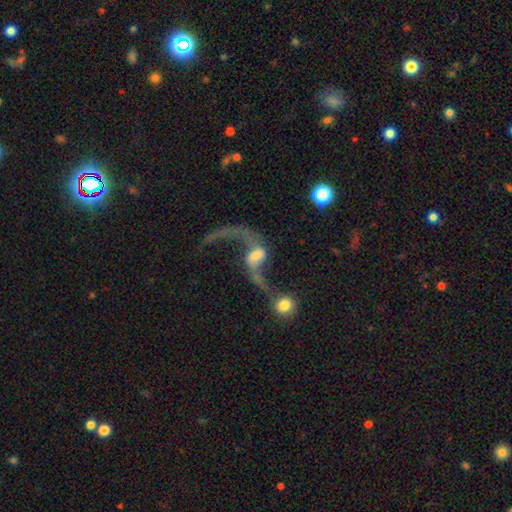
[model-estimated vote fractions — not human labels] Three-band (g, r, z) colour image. It shows a featured or disk galaxy (78%) with no bar (41%), 2 (87%) loose (94%) spiral arms (89%) and a moderate central bulge (42%). Merging: merger (50%).